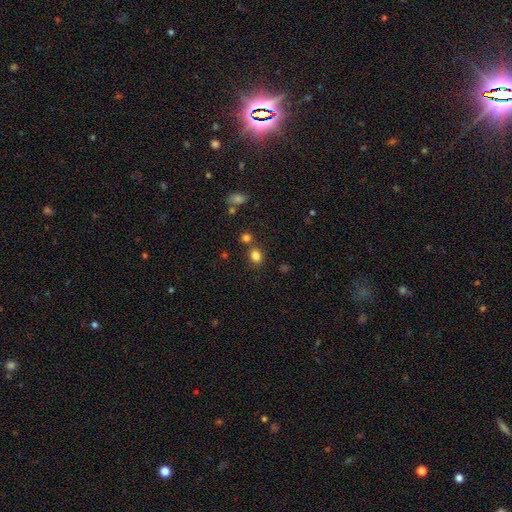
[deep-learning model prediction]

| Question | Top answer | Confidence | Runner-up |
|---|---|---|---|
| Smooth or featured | smooth | 82% | star or artifact (13%) |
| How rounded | round | 57% | in between (42%) |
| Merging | none | 72% | merger (14%) |